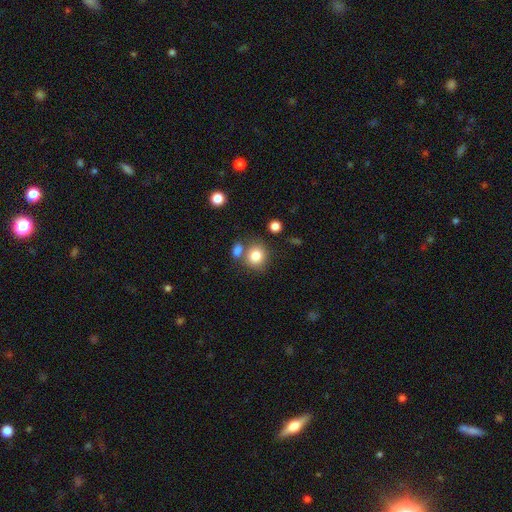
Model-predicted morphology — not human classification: This appears to be a smooth galaxy with no disk features (83%) that is round (79%). Merging: none (63%).